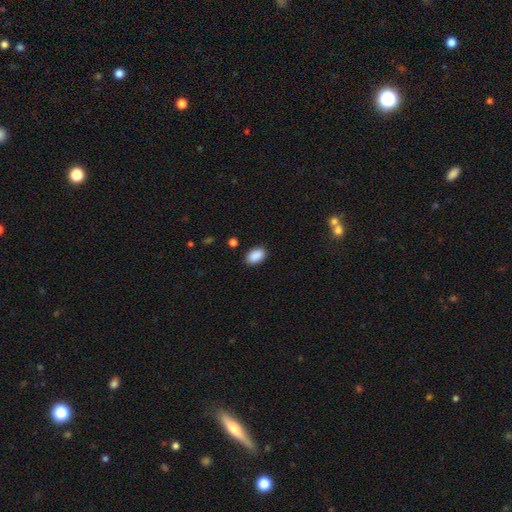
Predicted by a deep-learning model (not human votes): Overall: smooth (90%). How rounded: in between (88%). Merging: none (87%).